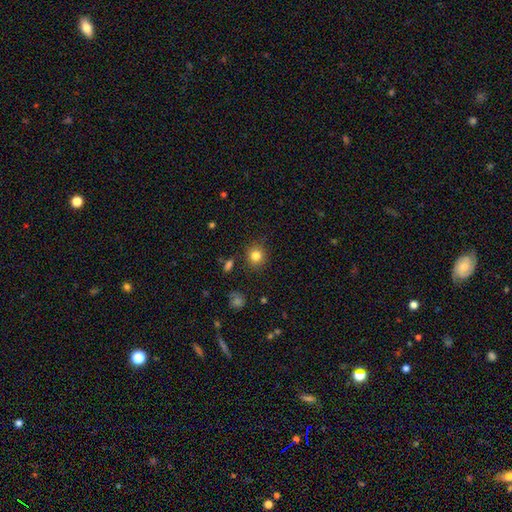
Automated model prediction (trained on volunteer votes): Morphology: type=smooth (82%); roundness=round (85%); merging=none (86%).